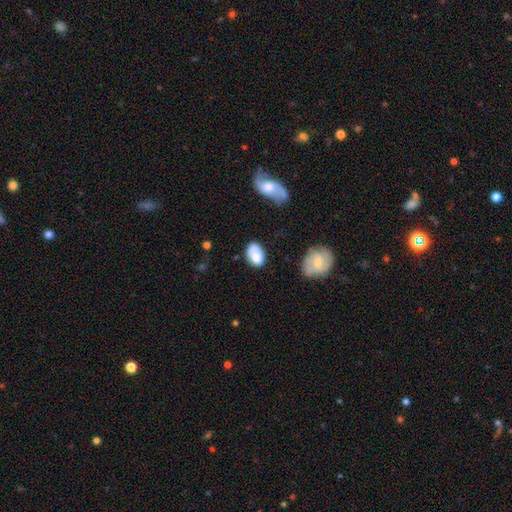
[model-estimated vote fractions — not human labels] Smooth or featured? Predicted: smooth (p=0.75). How rounded? Predicted: in between (p=0.82). Merging? Predicted: none (p=0.52).